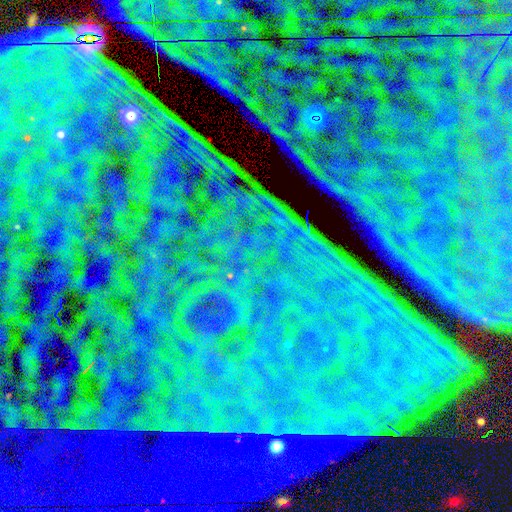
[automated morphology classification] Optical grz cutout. It shows a star or artifact, not a galaxy (87%).